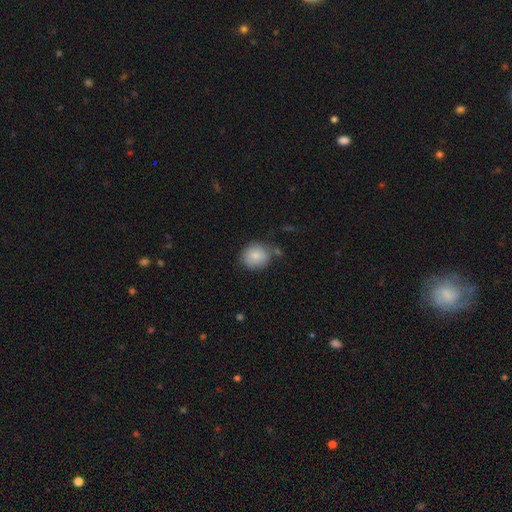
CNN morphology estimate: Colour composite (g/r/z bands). It shows a smooth galaxy with no disk features (83%) that is round (77%). Merging: none (69%).